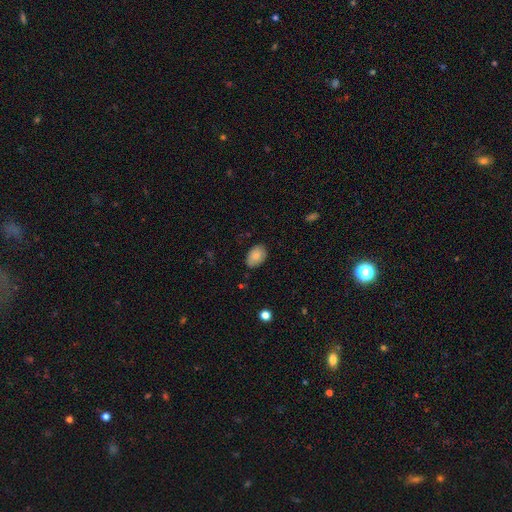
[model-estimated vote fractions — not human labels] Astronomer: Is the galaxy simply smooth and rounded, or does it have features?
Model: smooth — 84%.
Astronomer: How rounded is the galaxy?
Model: in between — 87%.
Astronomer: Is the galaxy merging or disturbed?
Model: none — 82%.